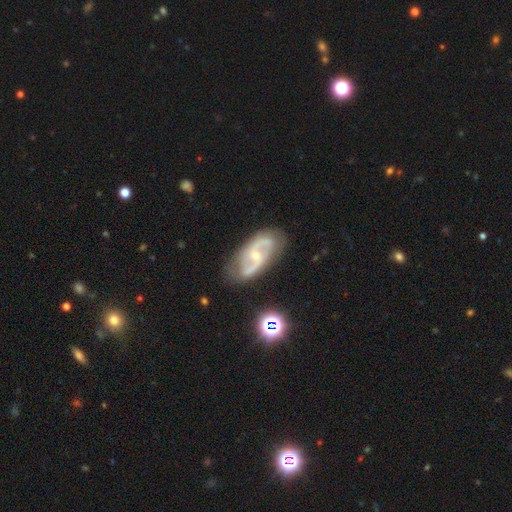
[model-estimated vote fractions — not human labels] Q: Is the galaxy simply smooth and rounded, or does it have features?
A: featured or disk — 84%.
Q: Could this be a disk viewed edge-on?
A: no — 94%.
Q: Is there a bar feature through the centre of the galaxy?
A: no — 49%.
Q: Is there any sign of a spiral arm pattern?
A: yes — 93%.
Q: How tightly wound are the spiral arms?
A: medium — 48%.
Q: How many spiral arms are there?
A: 2 — 86%.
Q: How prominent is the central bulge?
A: small — 65%.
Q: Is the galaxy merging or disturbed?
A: none — 77%.